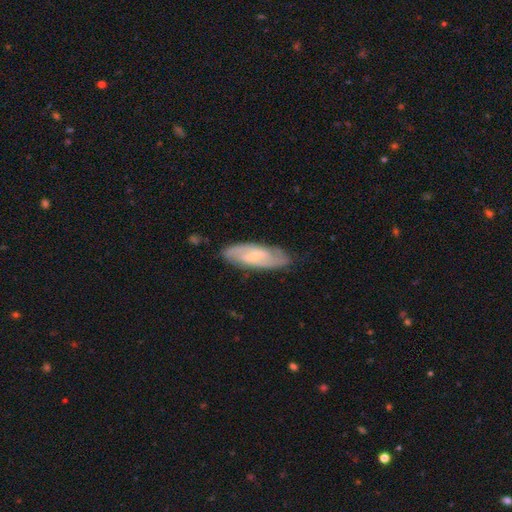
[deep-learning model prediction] Smooth or featured? featured or disk (73%)
Edge-on disk? no (88%)
Bar? weak (50%)
Spiral arms? yes (89%)
Spiral winding? medium (46%)
Spiral arm count? 2 (75%)
Bulge size? small (69%)
Merging? none (81%)